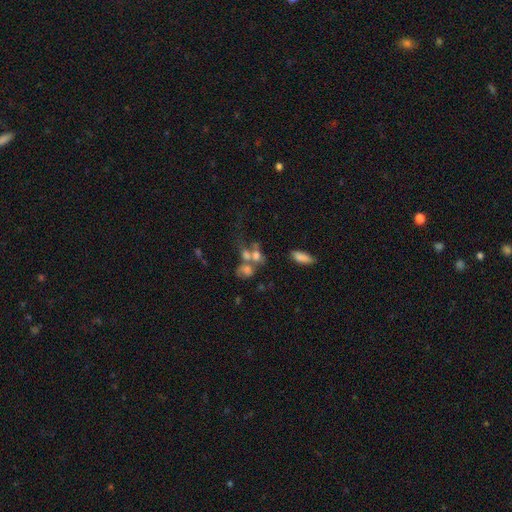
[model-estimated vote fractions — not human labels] smooth-or-featured: smooth: 59% | featured or disk: 26% | star or artifact: 15%
  how-rounded: in between: 58% | round: 39% | cigar-shaped: 4%
  merging: merger: 55% | none: 23% | major disturbance: 13% | minor disturbance: 10%